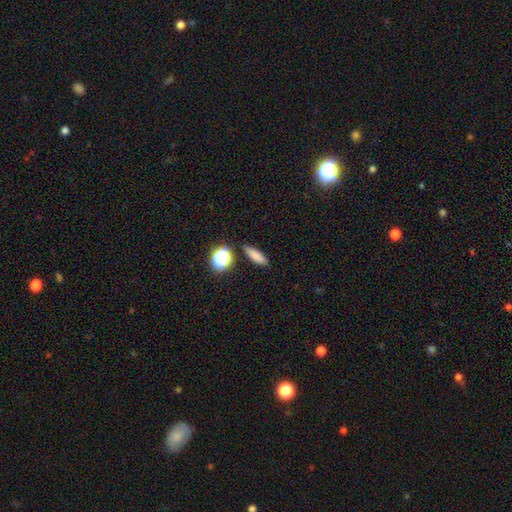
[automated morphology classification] A smooth galaxy with no disk features (80%) that is cigar-shaped (45%, tied with in between). Merging: none (85%).